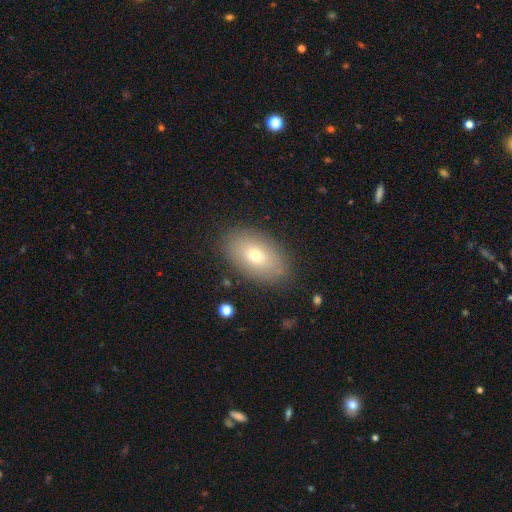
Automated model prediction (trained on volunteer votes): Overall: smooth (68%). How rounded: in between (90%). Merging: none (86%).